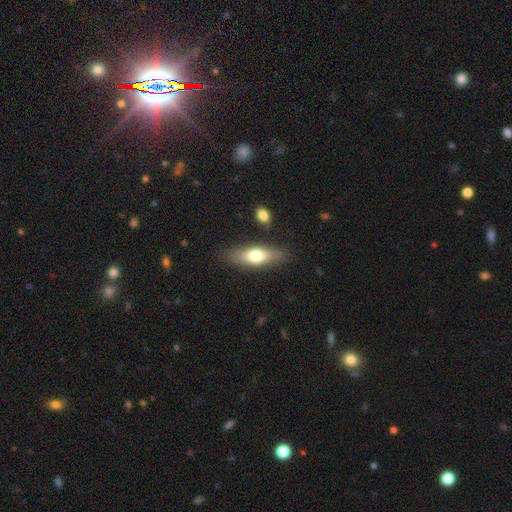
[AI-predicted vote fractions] The model was most divided on "how rounded": in between: 50%, cigar-shaped: 47%, round: 3%. More confident: merging — none (83%); smooth or featured — smooth (64%).